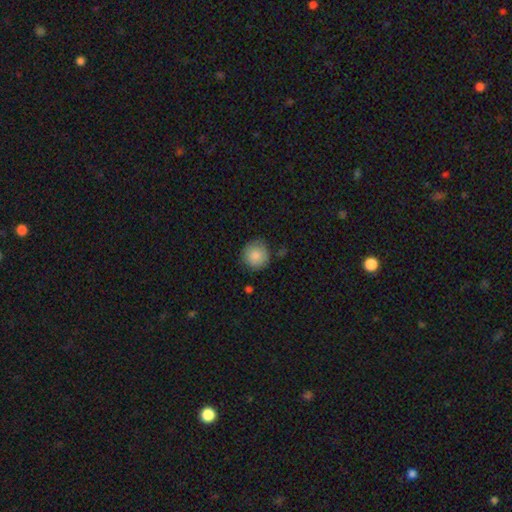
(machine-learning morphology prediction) type=smooth (86%); roundness=round (92%); merging=none (78%).